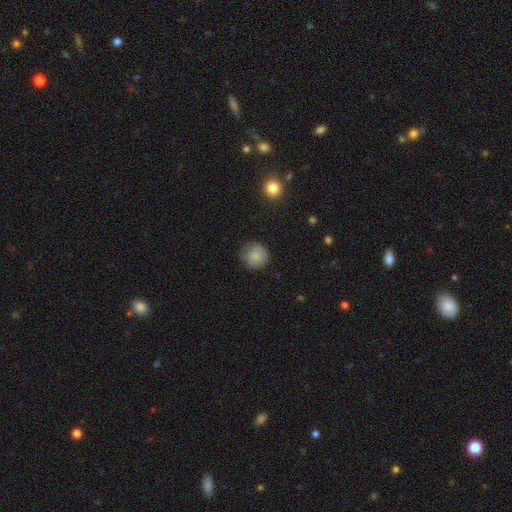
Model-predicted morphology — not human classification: The model was most divided on "merging": none: 75%, minor disturbance: 19%, major disturbance: 5%, merger: 1%. More confident: how rounded — round (92%); smooth or featured — smooth (78%).